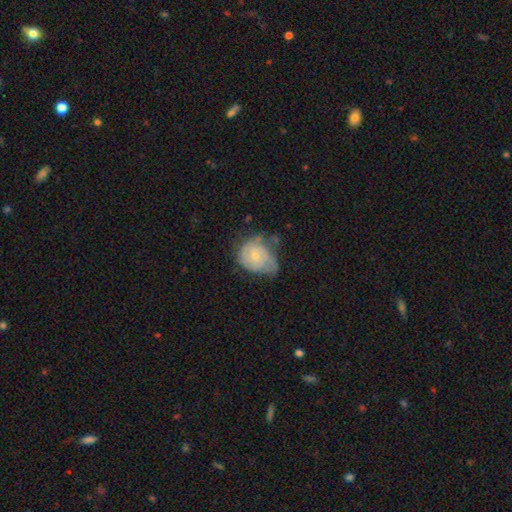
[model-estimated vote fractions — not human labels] smooth-or-featured: featured or disk: 58% | smooth: 35% | star or artifact: 7%
  disk-edge-on: no: 97% | yes: 3%
    bar: no: 67% | weak: 29% | strong: 4%
    has-spiral-arms: yes: 78% | no: 22%
    bulge-size: small: 56% | moderate: 38% | none: 3% | large: 2% | dominant: 1%
  merging: minor disturbance: 39% | none: 34% | major disturbance: 23% | merger: 5%